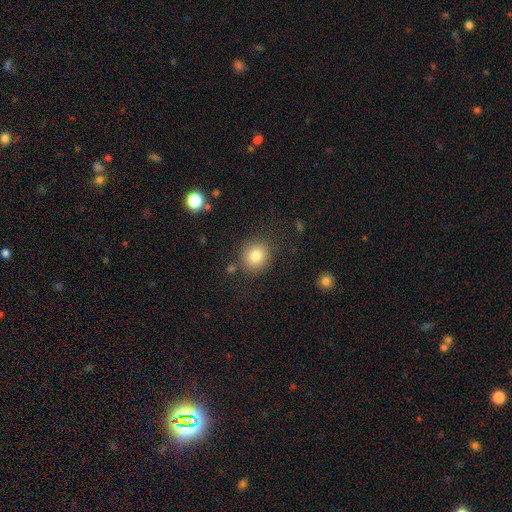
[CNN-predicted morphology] This appears to be a smooth galaxy with no disk features (80%) that is round (84%). Merging: none (84%).